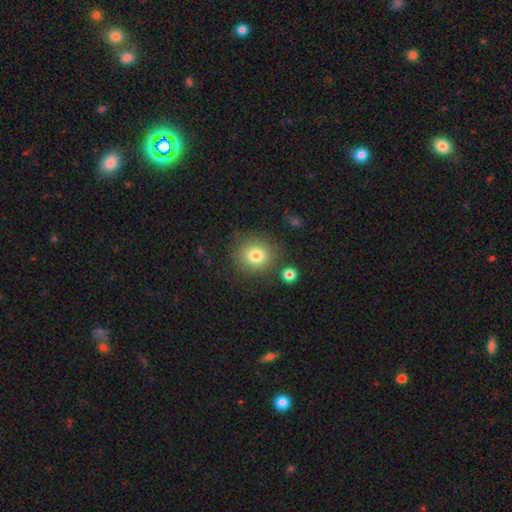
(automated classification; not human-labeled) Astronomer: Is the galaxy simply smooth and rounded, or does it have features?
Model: smooth — 79%.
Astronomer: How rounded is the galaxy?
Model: round — 85%.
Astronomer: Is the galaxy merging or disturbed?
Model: none — 80%.